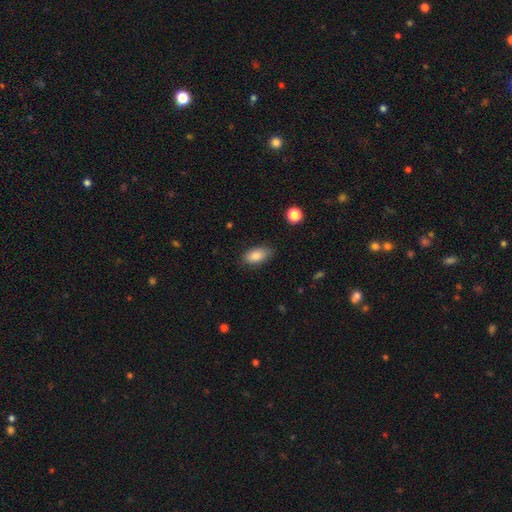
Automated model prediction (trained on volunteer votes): This is clearly a smooth galaxy (85%). How rounded: clearly in between (91%). Merging: clearly none (81%).